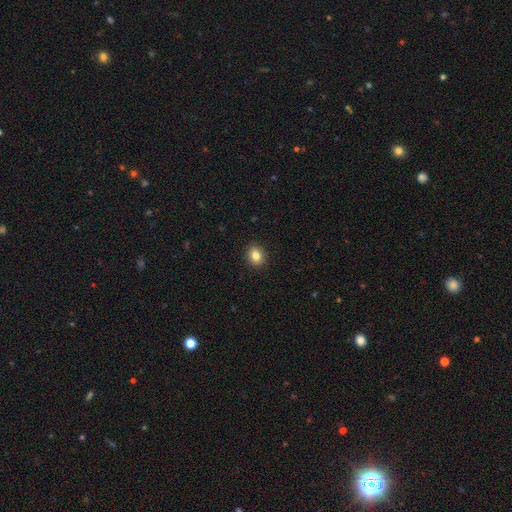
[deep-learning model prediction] A smooth galaxy with no disk features (83%) that is round (54%). Merging: none (91%).